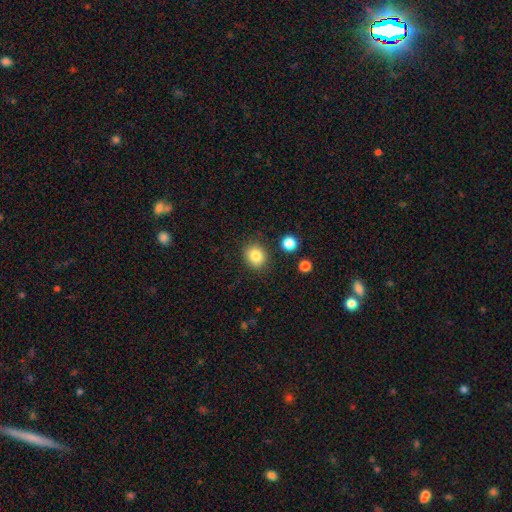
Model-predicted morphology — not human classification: Smooth or featured? Predicted: smooth (p=0.84). How rounded? Predicted: round (p=0.73). Merging? Predicted: none (p=0.84).